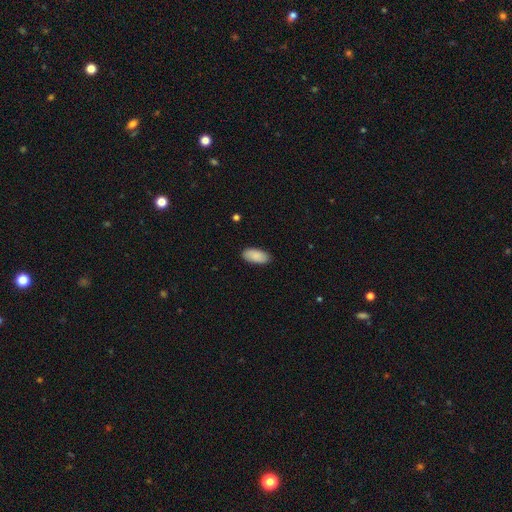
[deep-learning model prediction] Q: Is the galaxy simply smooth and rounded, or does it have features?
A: smooth — 89%.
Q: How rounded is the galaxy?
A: in between — 93%.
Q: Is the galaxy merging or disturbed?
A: none — 88%.